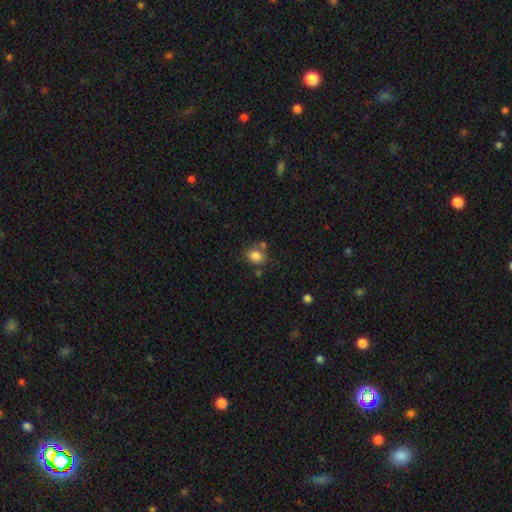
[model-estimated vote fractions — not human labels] Smooth or featured?
  - smooth: 83% *
  - star or artifact: 10%
  - featured or disk: 7%
How rounded?
  - in between: 51% *
  - round: 48%
  - cigar-shaped: 1%
Merging?
  - none: 62% *
  - merger: 17%
  - minor disturbance: 15%
  - major disturbance: 6%